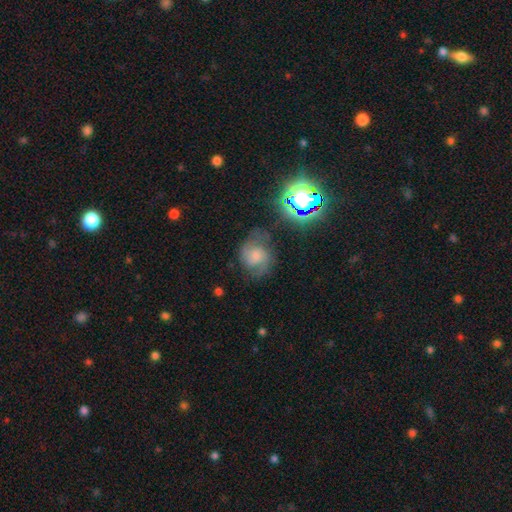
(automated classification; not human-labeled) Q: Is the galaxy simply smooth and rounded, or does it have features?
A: featured or disk — 58%.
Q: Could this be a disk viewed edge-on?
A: no — 97%.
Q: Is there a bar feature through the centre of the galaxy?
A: no — 69%.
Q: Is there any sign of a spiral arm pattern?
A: yes — 91%.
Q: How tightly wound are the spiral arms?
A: medium — 50%.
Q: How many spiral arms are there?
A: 2 — 83%.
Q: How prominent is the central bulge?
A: small — 31%.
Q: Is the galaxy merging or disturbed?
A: none — 59%.